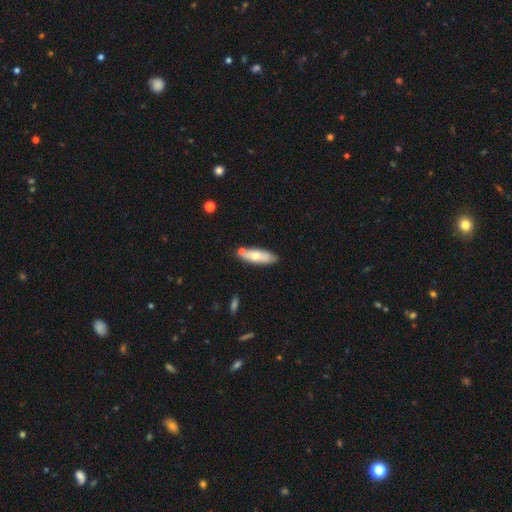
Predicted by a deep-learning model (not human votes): Smooth or featured?
  - smooth: 63% *
  - featured or disk: 31%
  - star or artifact: 6%
How rounded?
  - in between: 56% *
  - cigar-shaped: 42%
  - round: 2%
Merging?
  - none: 71% *
  - minor disturbance: 15%
  - merger: 11%
  - major disturbance: 3%